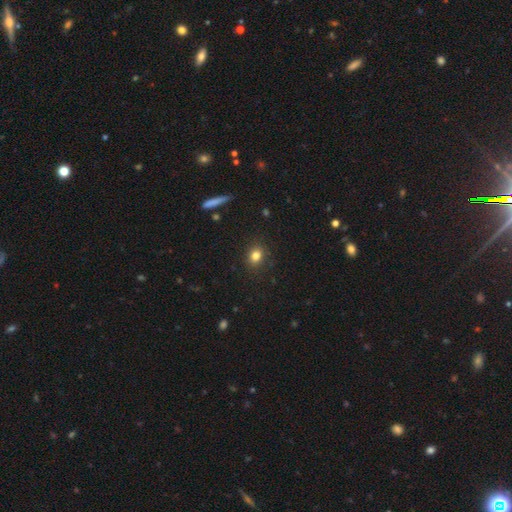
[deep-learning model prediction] A smooth galaxy with no disk features (81%) that is round (66%). Merging: none (88%).